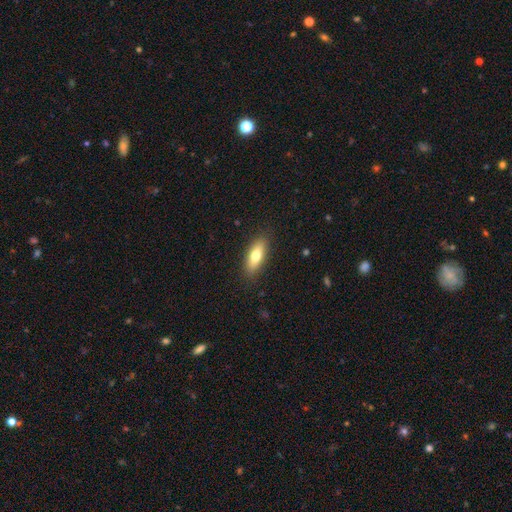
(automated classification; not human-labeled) smooth-or-featured: smooth: 71% | featured or disk: 22% | star or artifact: 7%
  how-rounded: in between: 67% | cigar-shaped: 30% | round: 3%
  merging: none: 88% | minor disturbance: 9% | major disturbance: 2% | merger: 1%